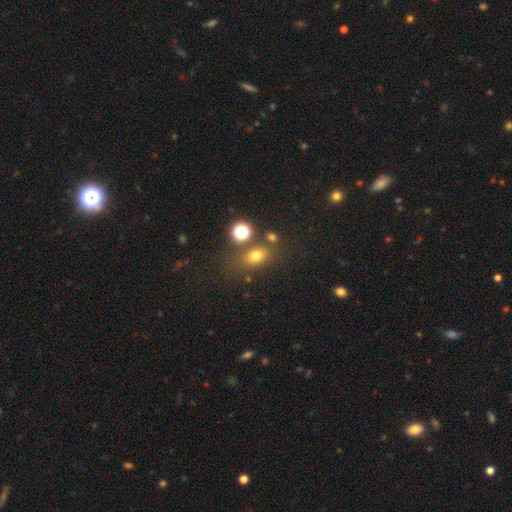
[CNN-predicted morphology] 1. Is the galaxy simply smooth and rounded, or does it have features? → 72% smooth, 18% star or artifact, 11% featured or disk.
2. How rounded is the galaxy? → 63% in between, 34% round, 3% cigar-shaped.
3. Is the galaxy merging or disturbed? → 68% none, 14% minor disturbance, 12% merger, 6% major disturbance.